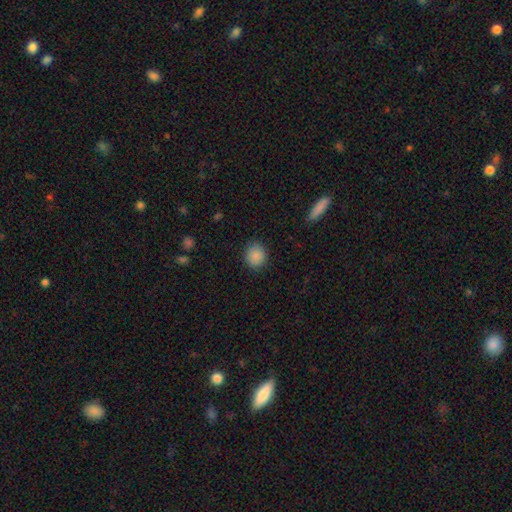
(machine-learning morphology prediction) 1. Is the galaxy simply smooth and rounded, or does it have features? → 88% smooth, 9% star or artifact, 3% featured or disk.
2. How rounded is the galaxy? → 82% round, 17% in between, 1% cigar-shaped.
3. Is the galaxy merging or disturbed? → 89% none, 8% minor disturbance, 2% major disturbance, 1% merger.